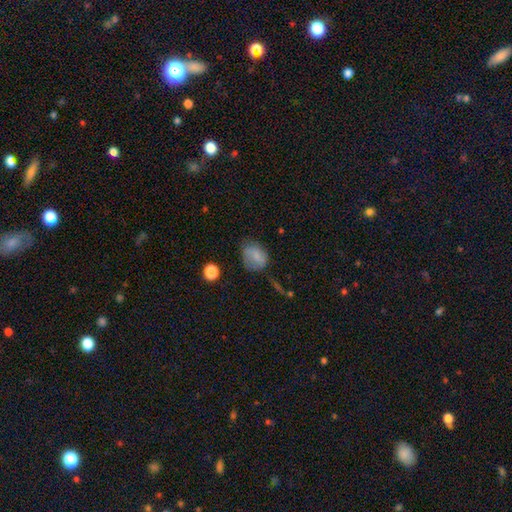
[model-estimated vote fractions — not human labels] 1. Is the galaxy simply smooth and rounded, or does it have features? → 74% smooth, 16% featured or disk, 10% star or artifact.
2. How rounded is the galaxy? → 55% in between, 44% round, 1% cigar-shaped.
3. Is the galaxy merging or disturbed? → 58% none, 28% minor disturbance, 11% major disturbance, 2% merger.